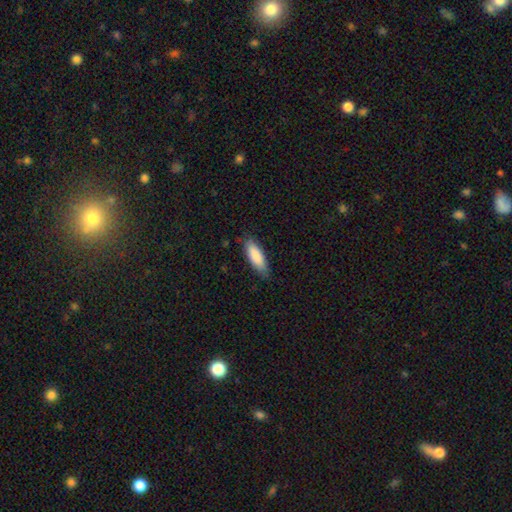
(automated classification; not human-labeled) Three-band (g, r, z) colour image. It shows a smooth galaxy with no disk features (87%) that is in between round and cigar-shaped (63%). Merging: none (79%).